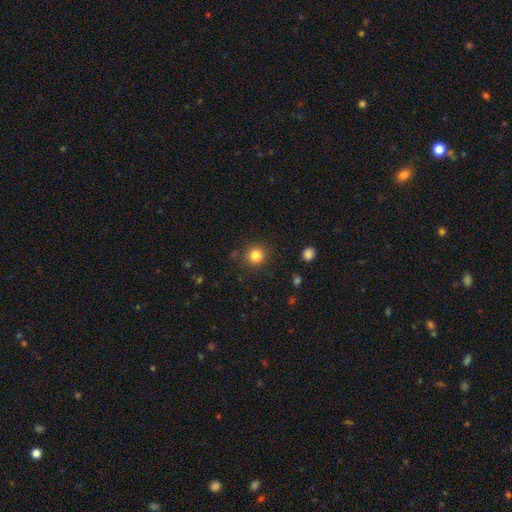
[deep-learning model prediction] smooth_or_featured: smooth (p=0.83) [alt: star or artifact p=0.12]
how_rounded: round (p=0.91) [alt: in between p=0.08]
merging: none (p=0.87) [alt: minor disturbance p=0.08]